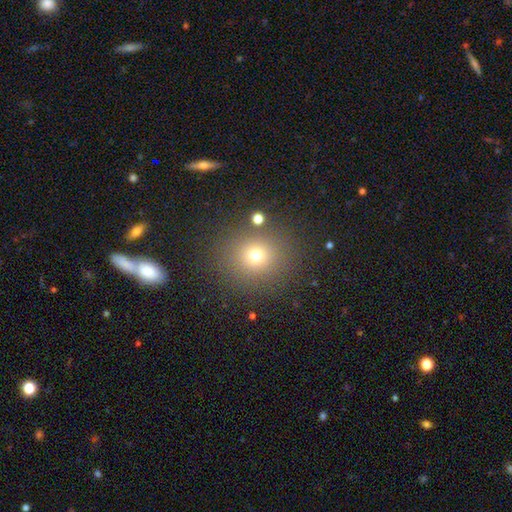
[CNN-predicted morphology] Overall: smooth (70%). How rounded: round (86%). Merging: none (84%).